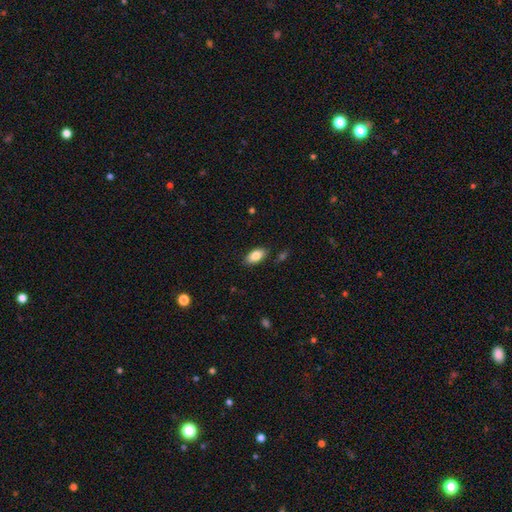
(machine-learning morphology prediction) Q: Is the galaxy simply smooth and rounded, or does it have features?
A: smooth — 84%.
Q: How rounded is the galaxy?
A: in between — 93%.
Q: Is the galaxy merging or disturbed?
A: none — 85%.